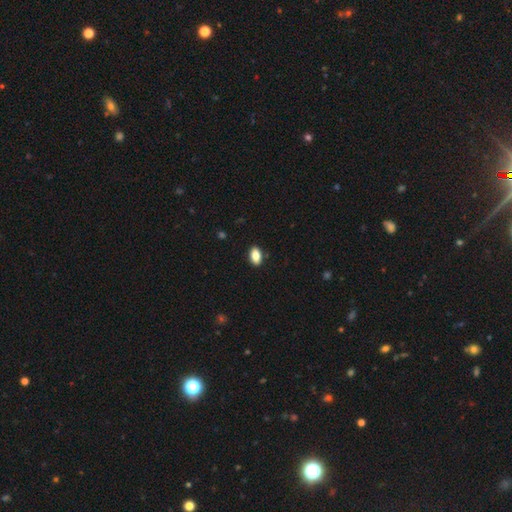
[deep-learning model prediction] The model was most divided on "smooth or featured": smooth: 86%, star or artifact: 8%, featured or disk: 6%. More confident: how rounded — in between (91%); merging — none (89%).